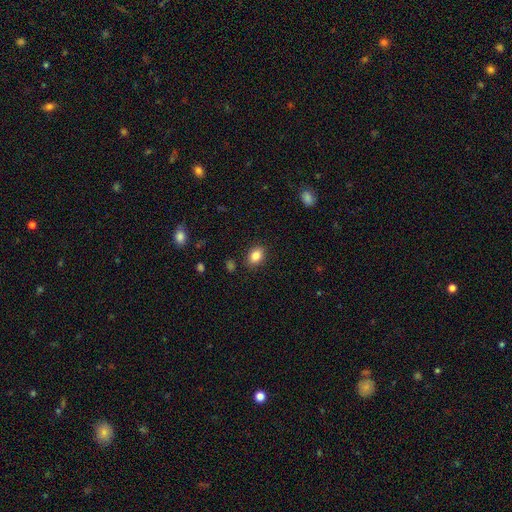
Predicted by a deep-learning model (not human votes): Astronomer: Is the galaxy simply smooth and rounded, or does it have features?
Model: smooth — 85%.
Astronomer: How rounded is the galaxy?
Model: in between — 76%.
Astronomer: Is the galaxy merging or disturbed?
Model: none — 86%.